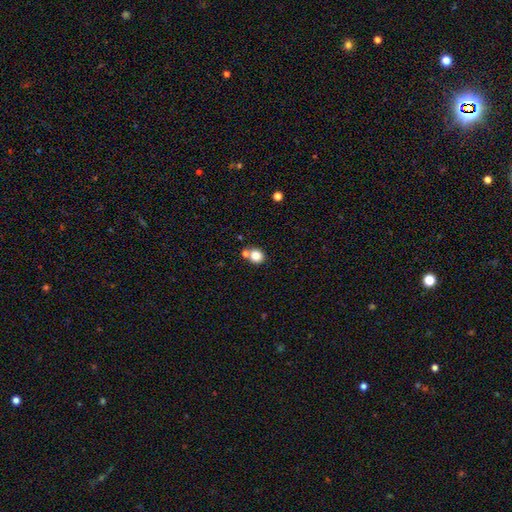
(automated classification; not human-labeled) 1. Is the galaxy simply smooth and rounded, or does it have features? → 83% smooth, 11% star or artifact, 6% featured or disk.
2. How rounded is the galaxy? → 85% round, 14% in between, 1% cigar-shaped.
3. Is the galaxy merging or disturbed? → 63% none, 25% merger, 9% minor disturbance, 3% major disturbance.